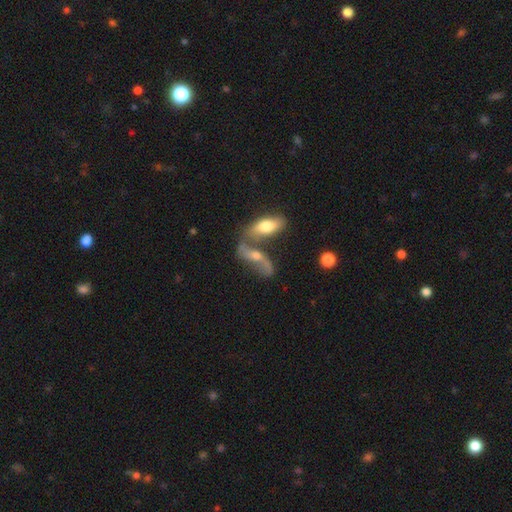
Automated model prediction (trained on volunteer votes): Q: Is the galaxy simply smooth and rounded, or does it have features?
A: featured or disk — 63%.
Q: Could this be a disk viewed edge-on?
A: no — 75%.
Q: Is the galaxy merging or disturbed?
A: merger — 50%.